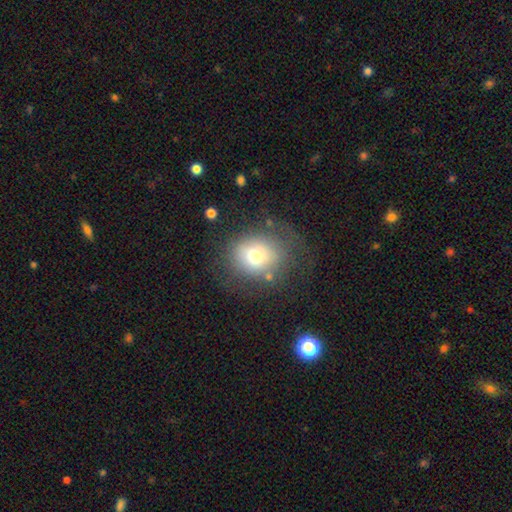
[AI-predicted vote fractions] The model was most divided on "how rounded": round: 66%, in between: 33%, cigar-shaped: 1%. More confident: smooth or featured — smooth (69%); merging — none (64%).